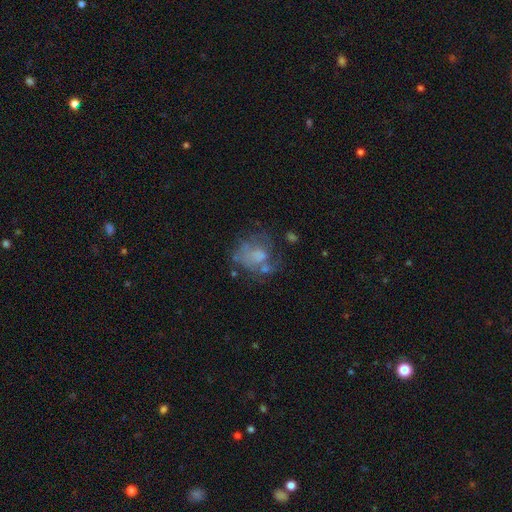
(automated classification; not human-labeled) smooth_or_featured: featured or disk (p=0.49) [alt: smooth p=0.38]
merging: none (p=0.36) [alt: major disturbance p=0.30]